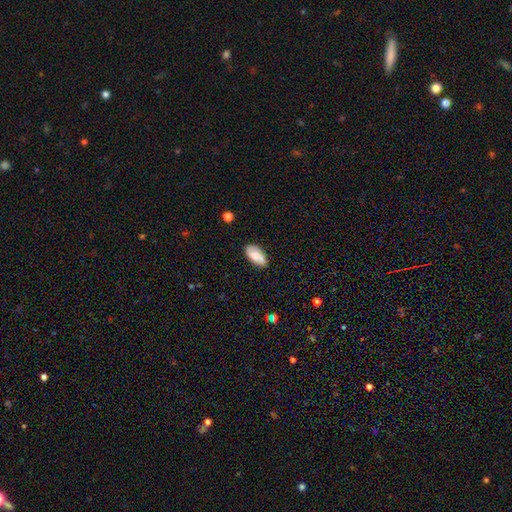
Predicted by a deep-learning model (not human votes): This appears to be a smooth galaxy with no disk features (70%) that is in between round and cigar-shaped (92%). Merging: none (81%).